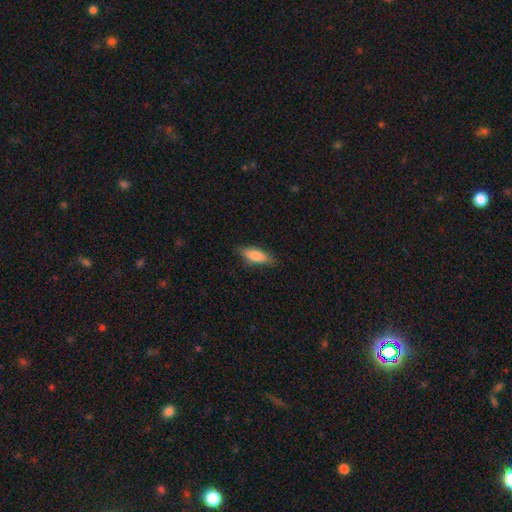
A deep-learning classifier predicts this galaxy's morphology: Smooth or featured? smooth (82%)
How rounded? in between (64%)
Merging? none (80%)